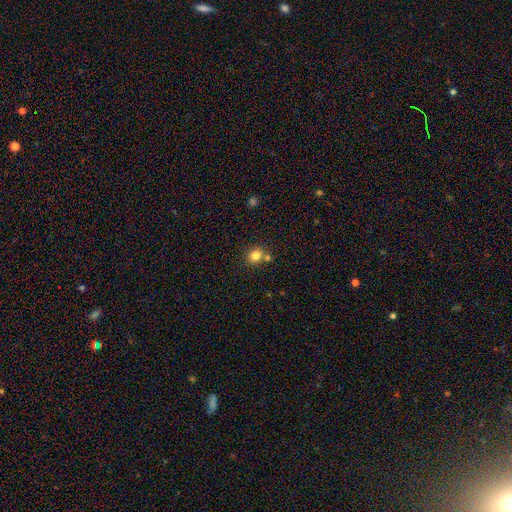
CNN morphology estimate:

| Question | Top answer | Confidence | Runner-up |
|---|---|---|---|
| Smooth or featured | smooth | 81% | star or artifact (12%) |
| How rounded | round | 80% | in between (19%) |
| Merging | none | 69% | merger (19%) |